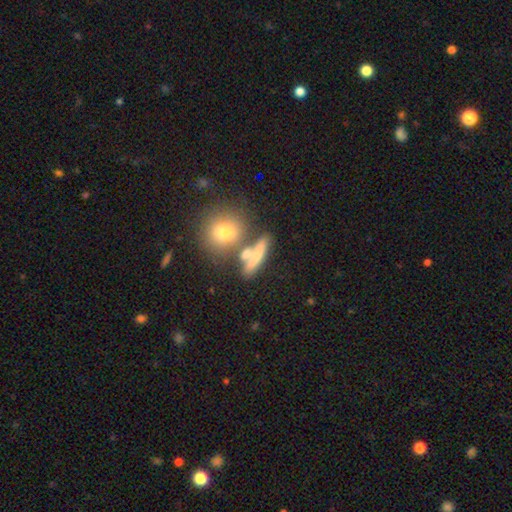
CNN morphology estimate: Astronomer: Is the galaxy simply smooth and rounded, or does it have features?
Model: smooth — 63%.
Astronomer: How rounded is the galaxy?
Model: cigar-shaped — 50% (runner-up: in between, 29%).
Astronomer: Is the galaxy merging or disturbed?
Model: none — 58%.